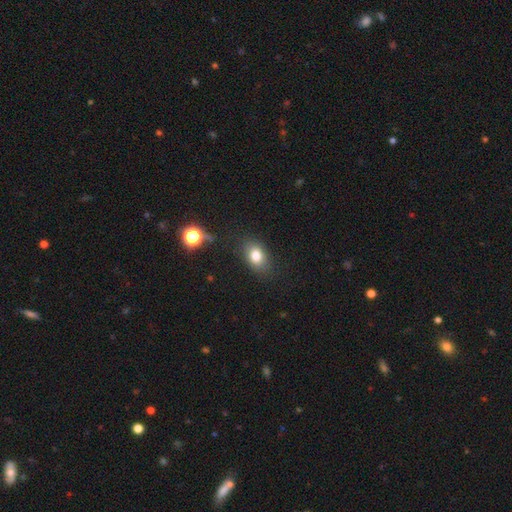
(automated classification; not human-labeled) A smooth galaxy with no disk features (79%) that is in between round and cigar-shaped (74%). Merging: none (81%).